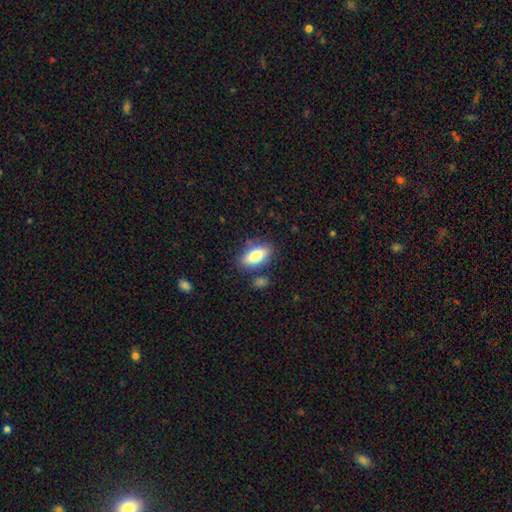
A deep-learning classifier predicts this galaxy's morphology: Overall: smooth (77%). How rounded: in between (85%). Merging: none (79%).